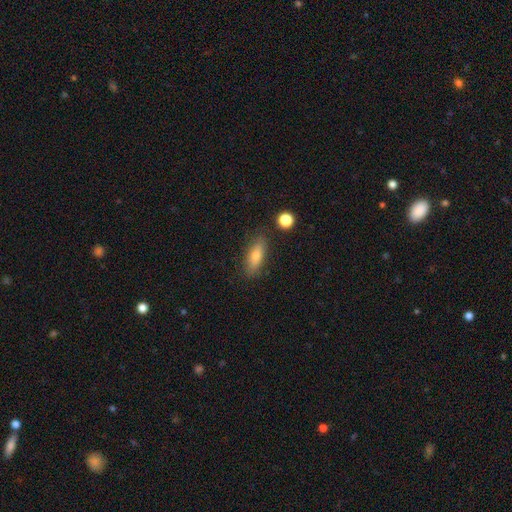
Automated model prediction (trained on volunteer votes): smooth-or-featured: smooth: 74% | featured or disk: 17% | star or artifact: 8%
  how-rounded: in between: 65% | cigar-shaped: 31% | round: 4%
  merging: none: 83% | minor disturbance: 12% | major disturbance: 3% | merger: 3%